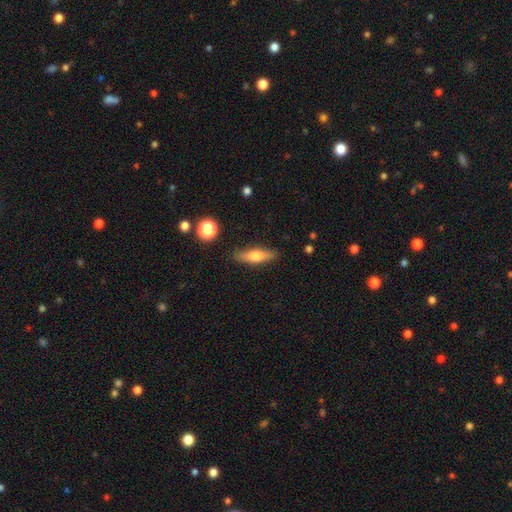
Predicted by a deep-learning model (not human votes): smooth 57%, featured or disk 36%, star or artifact 7%. Down the decision tree: how rounded — cigar-shaped (63%); merging — none (85%).